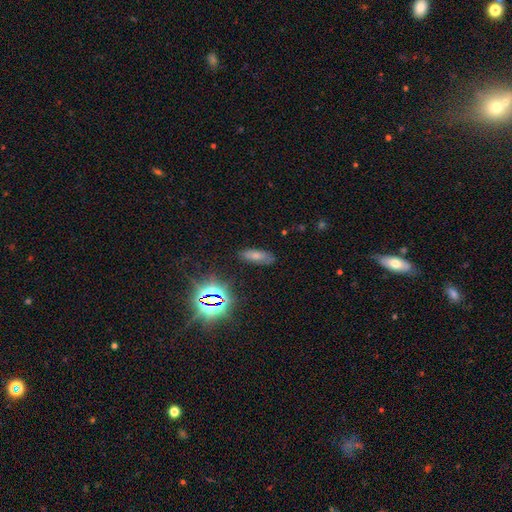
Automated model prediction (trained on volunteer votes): Smooth or featured: smooth — 63% (star or artifact — 20%)
How rounded: in between — 70% (cigar-shaped — 26%)
Merging: none — 78% (minor disturbance — 16%)